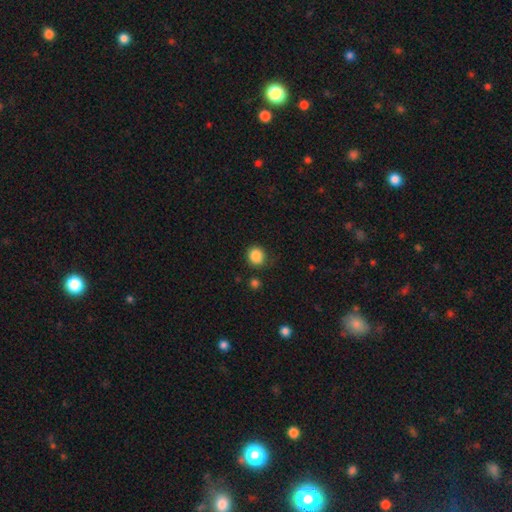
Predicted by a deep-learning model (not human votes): Smooth or featured: smooth — 87% (star or artifact — 10%)
How rounded: round — 83% (in between — 16%)
Merging: none — 80% (minor disturbance — 14%)